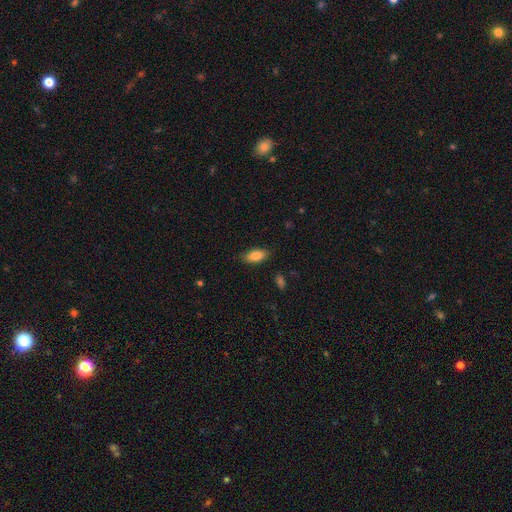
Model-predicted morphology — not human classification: A smooth galaxy with no disk features (85%) that is in between round and cigar-shaped (86%).

Vote fractions:
- Smooth or featured? smooth: 85% / featured or disk: 8% / star or artifact: 7%
- How rounded? in between: 86% / cigar-shaped: 12% / round: 3%
- Merging? none: 84% / minor disturbance: 12% / major disturbance: 3% / merger: 1%